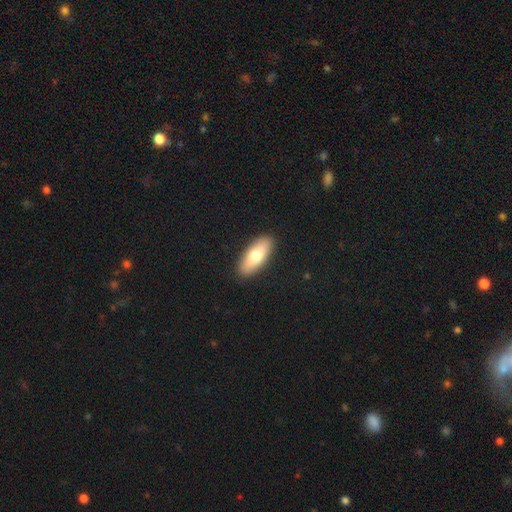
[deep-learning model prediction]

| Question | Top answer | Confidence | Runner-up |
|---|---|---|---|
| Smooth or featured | smooth | 72% | featured or disk (23%) |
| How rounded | in between | 77% | cigar-shaped (21%) |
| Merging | none | 91% | minor disturbance (7%) |